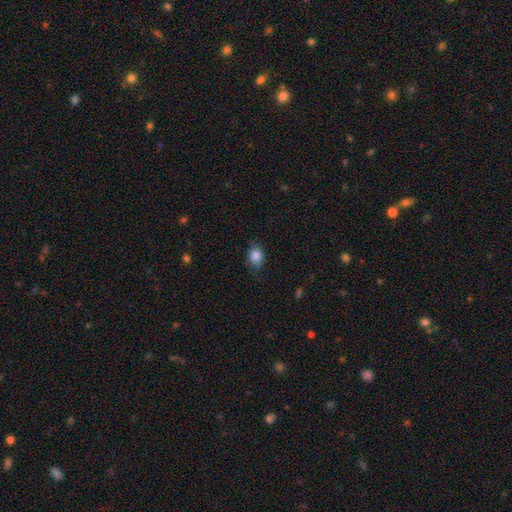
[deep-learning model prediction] The model was most divided on "how rounded": in between: 62%, round: 36%, cigar-shaped: 1%. More confident: smooth or featured — smooth (85%); merging — none (72%).